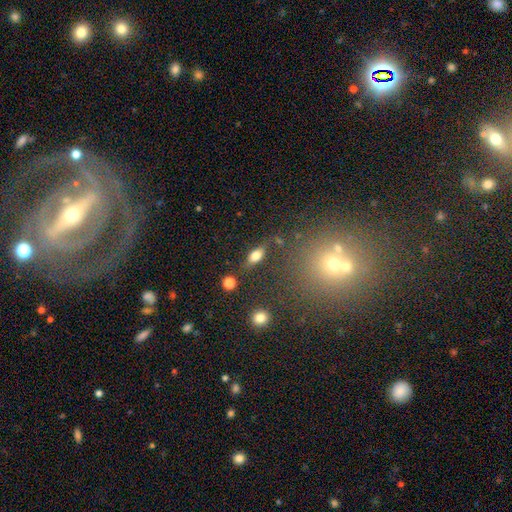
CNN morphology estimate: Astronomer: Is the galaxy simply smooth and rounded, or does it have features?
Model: smooth — 68%.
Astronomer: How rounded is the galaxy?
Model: in between — 80%.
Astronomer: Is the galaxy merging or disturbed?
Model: none — 75%.